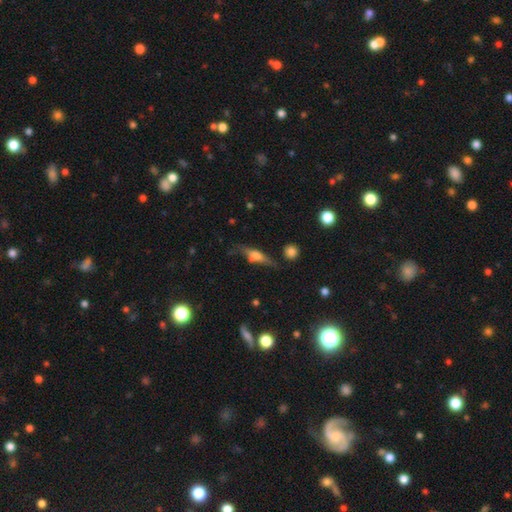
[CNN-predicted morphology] This is possibly a featured or disk galaxy (53%). It is clearly viewed edge-on (86%). Merging: likely none (62%).